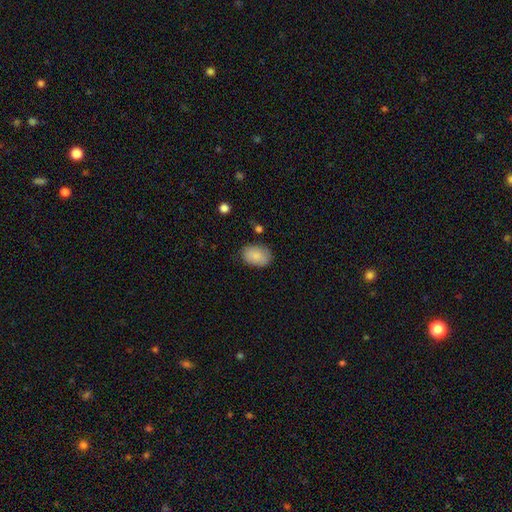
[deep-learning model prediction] Q: Smooth or featured?
A: smooth (86%); runner-up: featured or disk (8%)
Q: How rounded?
A: in between (83%); runner-up: round (16%)
Q: Merging?
A: none (77%); runner-up: minor disturbance (17%)